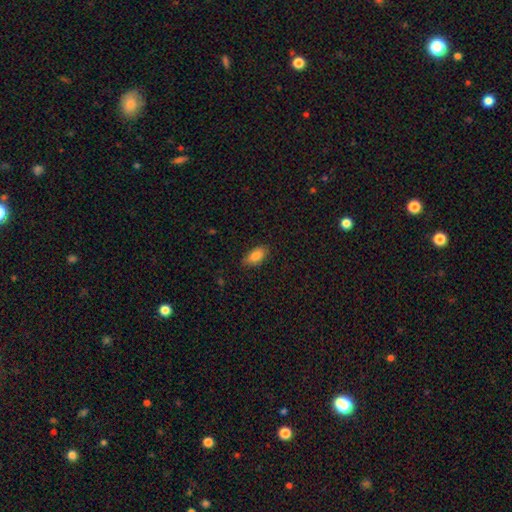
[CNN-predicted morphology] smooth-or-featured: smooth: 84% | featured or disk: 8% | star or artifact: 7%
  how-rounded: in between: 89% | cigar-shaped: 7% | round: 4%
  merging: none: 83% | minor disturbance: 13% | major disturbance: 3% | merger: 1%